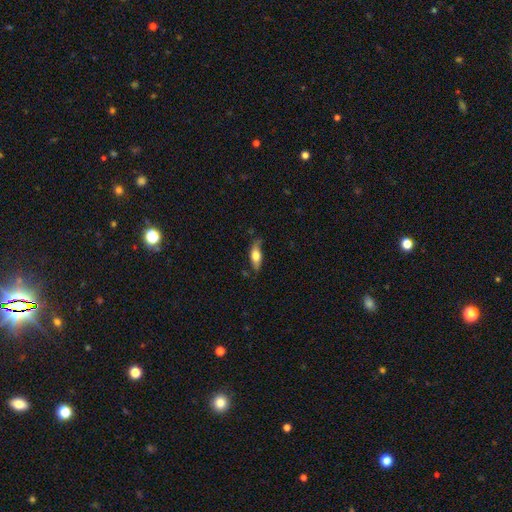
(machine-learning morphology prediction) type=smooth (60%); roundness=in between (63%); merging=none (69%).